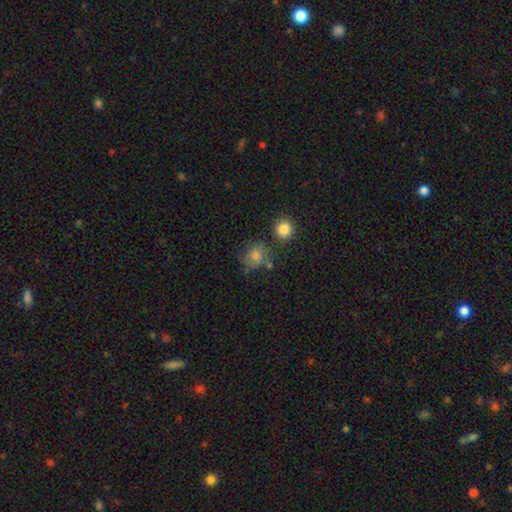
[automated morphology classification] smooth-or-featured: smooth: 70% | star or artifact: 15% | featured or disk: 15%
  how-rounded: round: 78% | in between: 21% | cigar-shaped: 1%
  merging: none: 65% | minor disturbance: 19% | merger: 8% | major disturbance: 8%